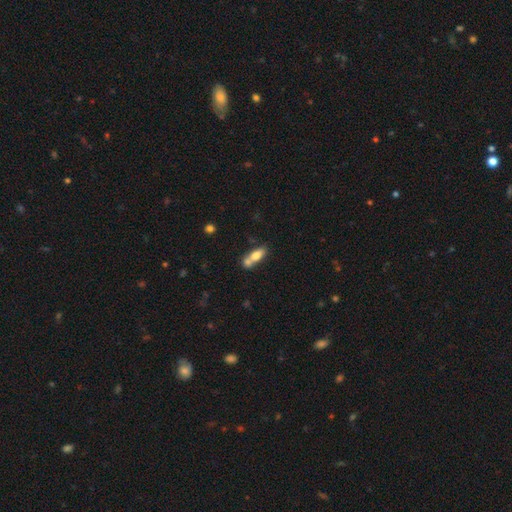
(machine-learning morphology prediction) Q: Smooth or featured?
A: smooth (69%); runner-up: featured or disk (23%)
Q: How rounded?
A: in between (70%); runner-up: cigar-shaped (24%)
Q: Merging?
A: merger (51%); runner-up: none (34%)